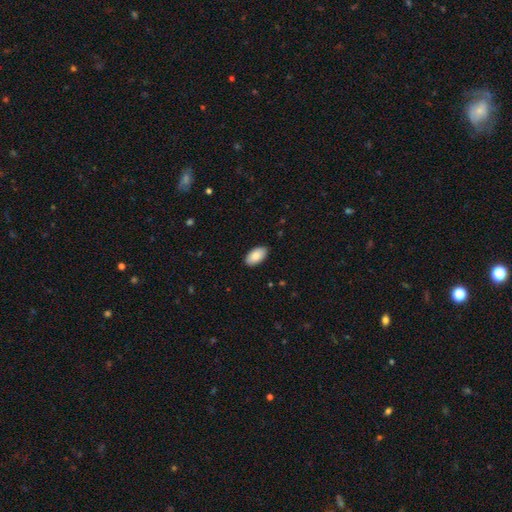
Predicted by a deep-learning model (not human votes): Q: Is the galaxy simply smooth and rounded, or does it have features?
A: smooth — 87%.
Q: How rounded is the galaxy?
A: in between — 96%.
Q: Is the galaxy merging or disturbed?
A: none — 89%.